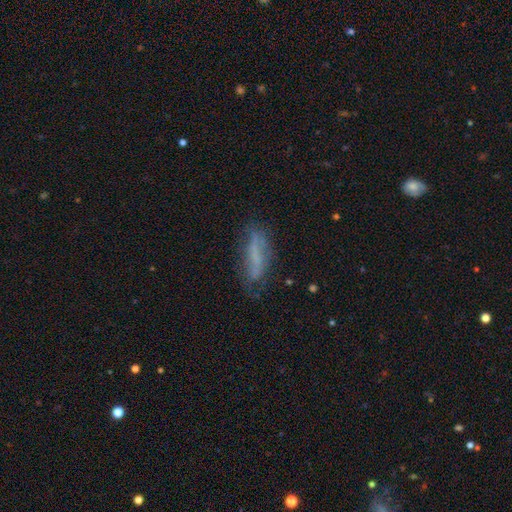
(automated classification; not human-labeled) Smooth or featured?
  - smooth: 49% *
  - featured or disk: 39%
  - star or artifact: 12%
Merging?
  - none: 66% *
  - minor disturbance: 22%
  - major disturbance: 9%
  - merger: 2%